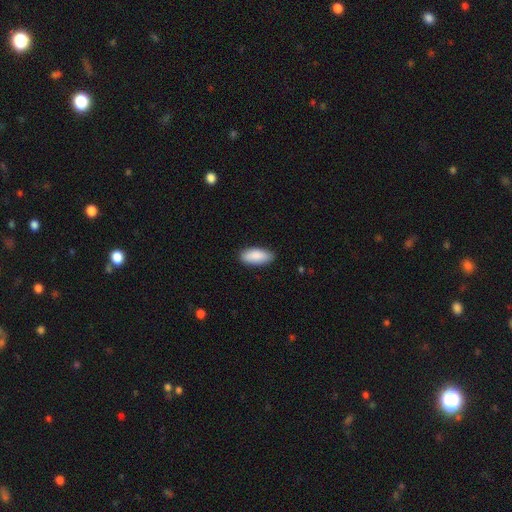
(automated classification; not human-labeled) This is clearly a smooth galaxy (89%). How rounded: clearly in between (88%). Merging: clearly none (86%).